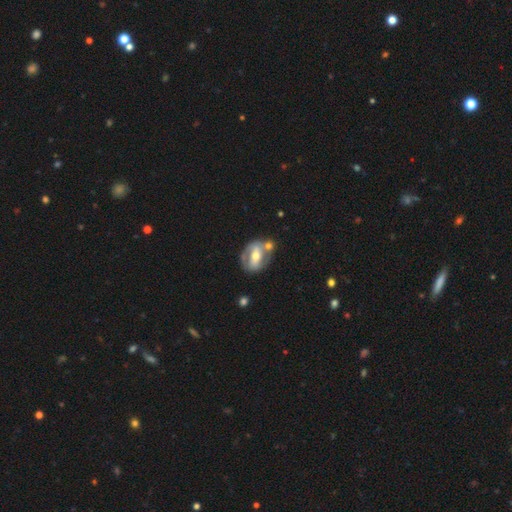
This appears to be a featured or disk galaxy (61%) with a strong bar (64%), no spiral arms (73%) and a moderate central bulge (73%). Merging: none (51%).